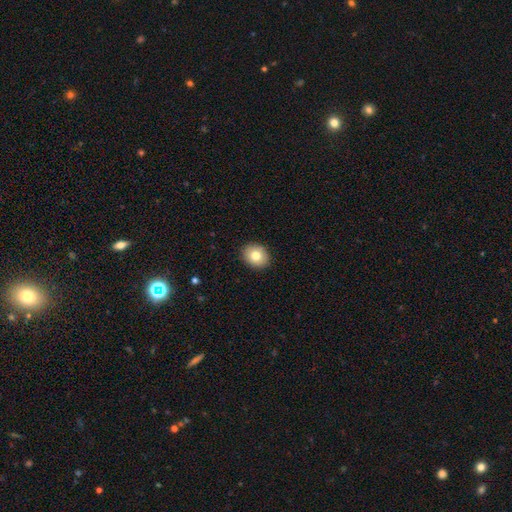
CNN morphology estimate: The model was most divided on "how rounded": round: 65%, in between: 34%, cigar-shaped: 1%. More confident: merging — none (91%); smooth or featured — smooth (79%).